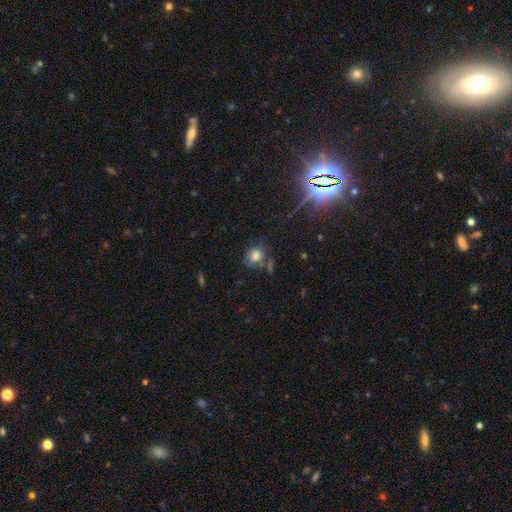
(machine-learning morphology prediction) smooth_or_featured: smooth (p=0.68) [alt: featured or disk p=0.17]
how_rounded: round (p=0.71) [alt: in between p=0.27]
merging: none (p=0.54) [alt: minor disturbance p=0.23]